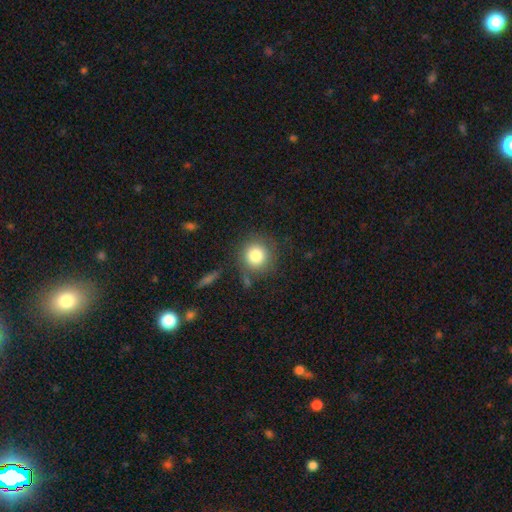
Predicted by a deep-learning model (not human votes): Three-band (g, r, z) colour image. It shows a smooth galaxy with no disk features (81%) that is round (92%). Merging: none (78%).